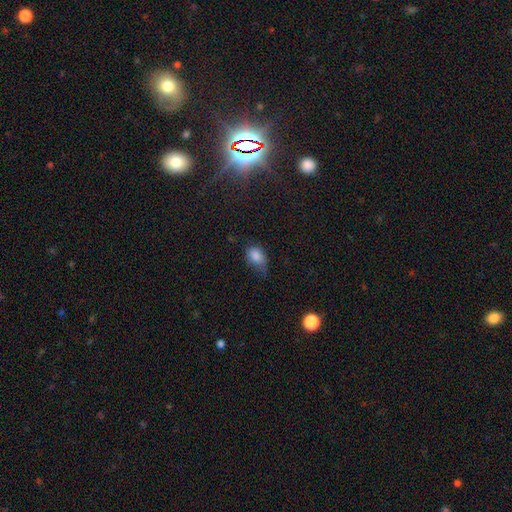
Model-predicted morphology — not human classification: Overall: smooth (83%). How rounded: in between (77%). Merging: minor disturbance (44%; none 34%).